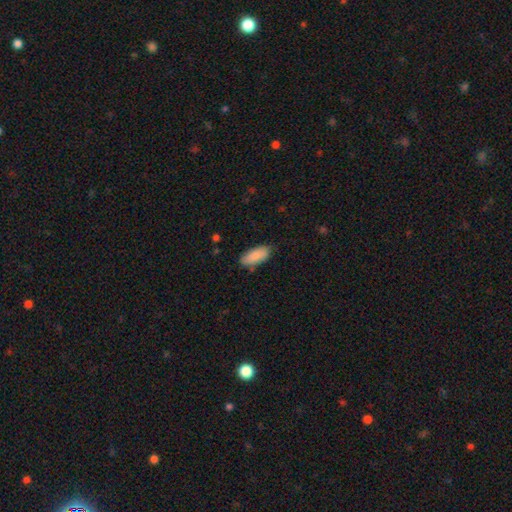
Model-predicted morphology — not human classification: A smooth galaxy with no disk features (88%) that is in between round and cigar-shaped (88%). Merging: none (80%).